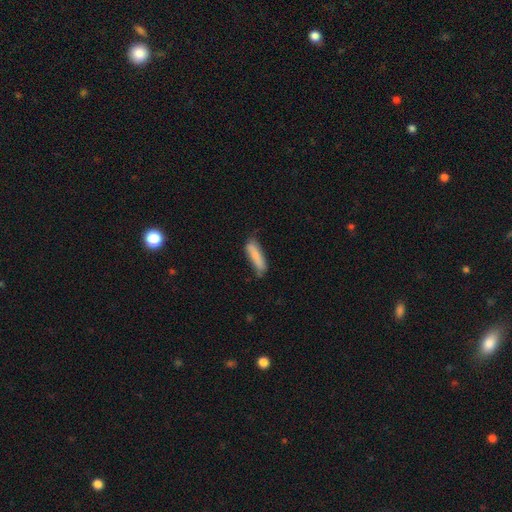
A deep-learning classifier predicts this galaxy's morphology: Overall: smooth (78%). How rounded: cigar-shaped (69%; in between 29%). Merging: none (61%; minor disturbance 29%).